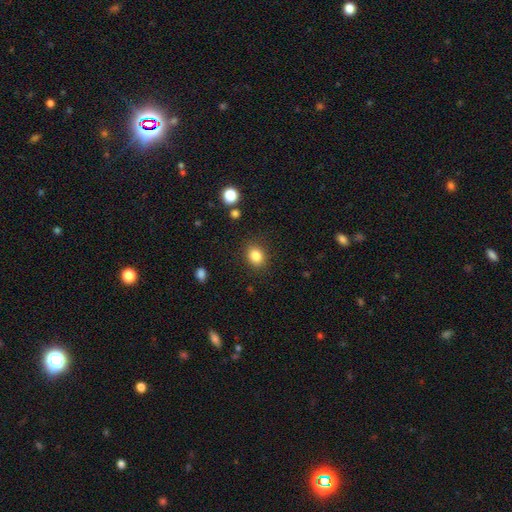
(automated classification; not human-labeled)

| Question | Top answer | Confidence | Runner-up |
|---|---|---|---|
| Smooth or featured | smooth | 85% | star or artifact (10%) |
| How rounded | round | 53% | in between (46%) |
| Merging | none | 86% | minor disturbance (9%) |